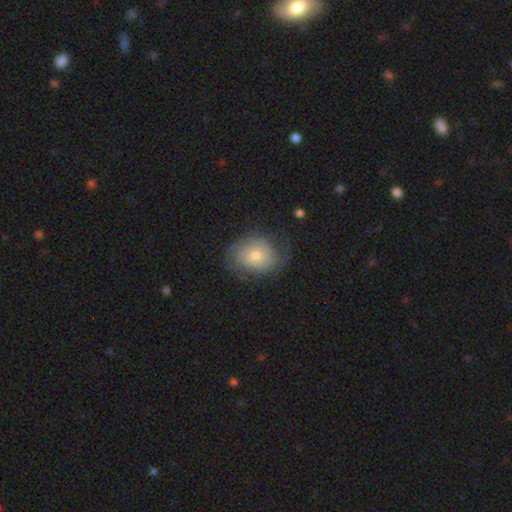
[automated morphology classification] smooth_or_featured: featured or disk (p=0.54) [alt: smooth p=0.38]
disk_edge_on: no (p=0.97) [alt: yes p=0.03]
bar: no (p=0.79) [alt: weak p=0.18]
has_spiral_arms: yes (p=0.82) [alt: no p=0.18]
bulge_size: small (p=0.49) [alt: moderate p=0.44]
merging: none (p=0.62) [alt: minor disturbance p=0.23]